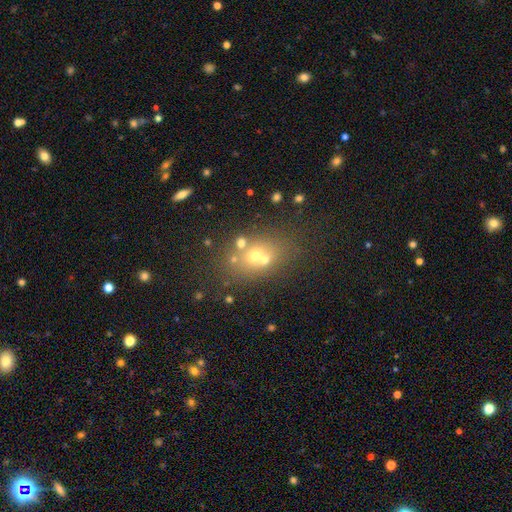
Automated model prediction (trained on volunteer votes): smooth-or-featured: smooth: 53% | featured or disk: 26% | star or artifact: 21%
  how-rounded: round: 50% | in between: 48% | cigar-shaped: 2%
  merging: none: 49% | merger: 36% | minor disturbance: 10% | major disturbance: 5%